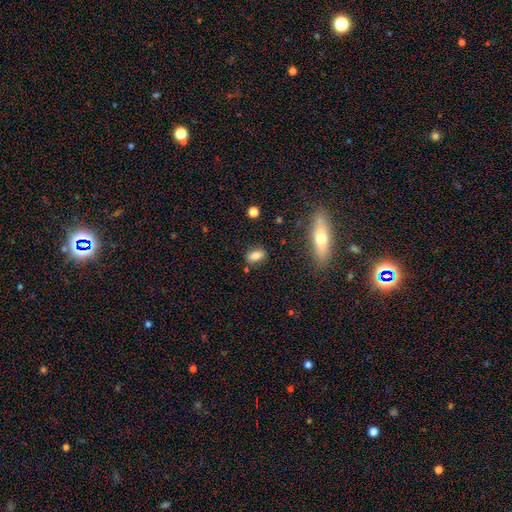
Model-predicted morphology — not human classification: A smooth galaxy with no disk features (80%) that is in between round and cigar-shaped (85%). Merging: none (82%).